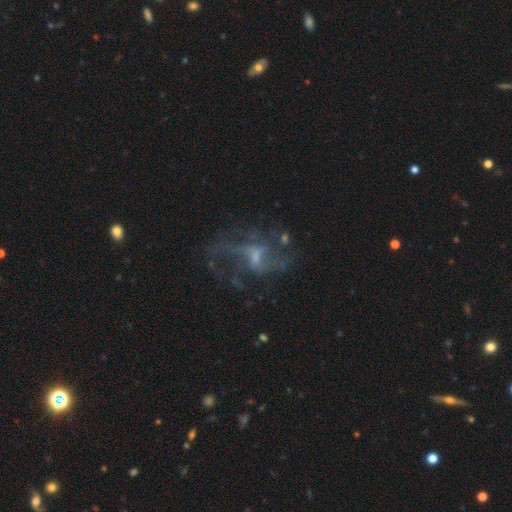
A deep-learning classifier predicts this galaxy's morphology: A featured or disk galaxy (72%) with a weak bar (46%), spiral arms (64%) and a small central bulge (52%). Merging: none (41%).